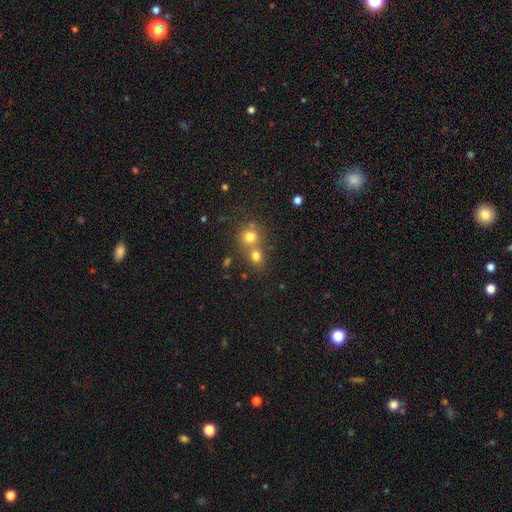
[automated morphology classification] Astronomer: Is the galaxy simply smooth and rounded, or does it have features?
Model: smooth — 75%.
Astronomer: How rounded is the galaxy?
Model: round — 74%.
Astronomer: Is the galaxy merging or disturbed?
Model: merger — 47% (runner-up: none, 43%).